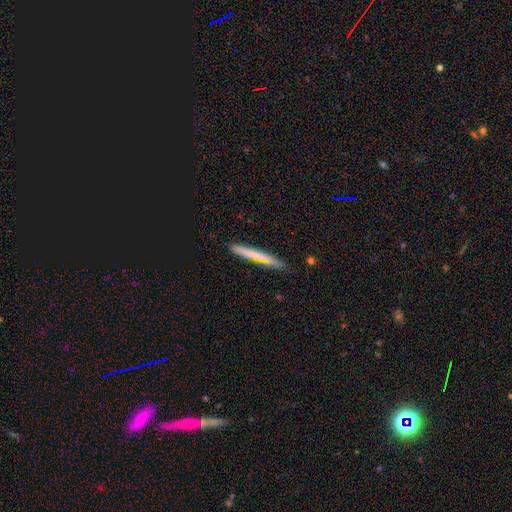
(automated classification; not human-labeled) A smooth galaxy with no disk features (62%) that is cigar-shaped (96%).

Vote fractions:
- Smooth or featured? smooth: 62% / featured or disk: 31% / star or artifact: 7%
- How rounded? cigar-shaped: 96% / in between: 2% / round: 1%
- Merging? none: 83% / minor disturbance: 13% / merger: 2% / major disturbance: 2%